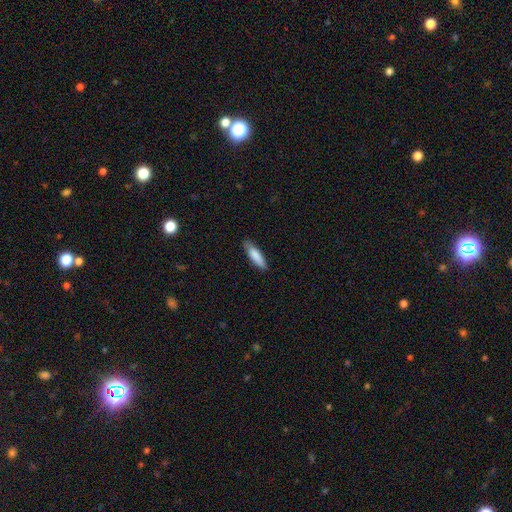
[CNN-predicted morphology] smooth_or_featured: smooth (p=0.84) [alt: featured or disk p=0.11]
how_rounded: cigar-shaped (p=0.67) [alt: in between p=0.32]
merging: none (p=0.83) [alt: minor disturbance p=0.14]